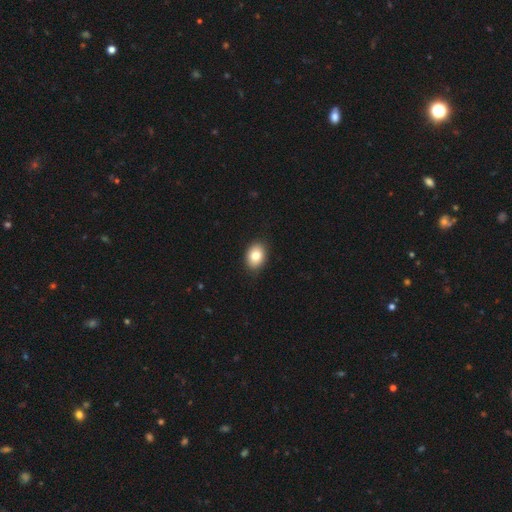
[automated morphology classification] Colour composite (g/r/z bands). It shows a smooth galaxy with no disk features (82%) that is in between round and cigar-shaped (75%). Merging: none (89%).